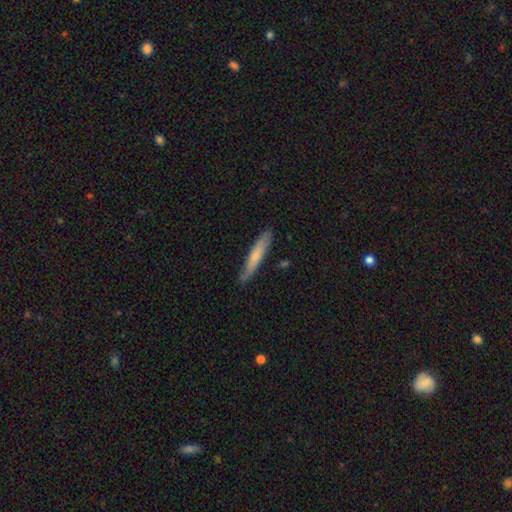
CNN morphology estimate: smooth-or-featured: smooth: 64% | featured or disk: 31% | star or artifact: 5%
  how-rounded: cigar-shaped: 92% | in between: 7% | round: 1%
  merging: none: 84% | minor disturbance: 13% | major disturbance: 2% | merger: 2%